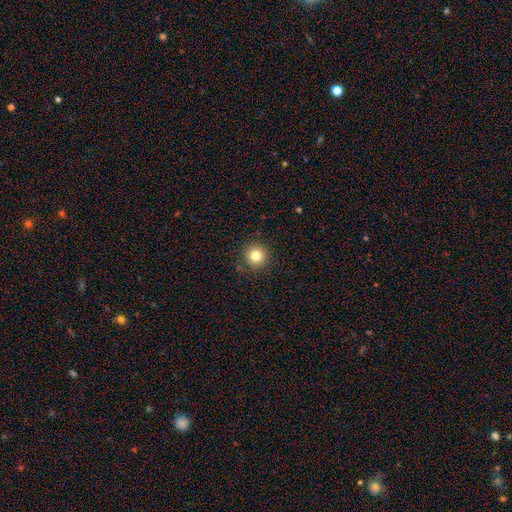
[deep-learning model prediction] Overall: smooth (81%). How rounded: round (95%). Merging: none (90%).